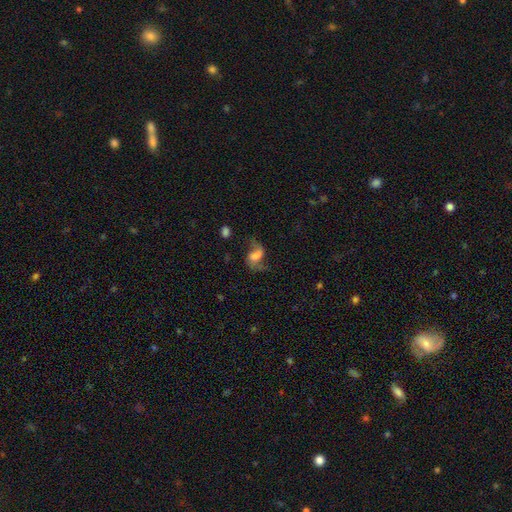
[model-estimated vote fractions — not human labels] Smooth or featured?
  - featured or disk: 59% *
  - smooth: 31%
  - star or artifact: 11%
Edge-on disk?
  - no: 96% *
  - yes: 4%
Bar?
  - weak: 45% *
  - no: 33%
  - strong: 22%
Spiral arms?
  - yes: 85% *
  - no: 15%
Bulge size?
  - moderate: 30% *
  - large: 23%
  - none: 23%
  - small: 20%
  - dominant: 4%
Merging?
  - none: 48% *
  - major disturbance: 27%
  - minor disturbance: 21%
  - merger: 4%